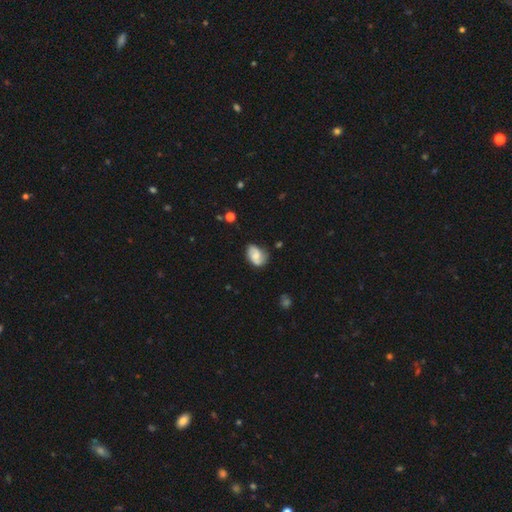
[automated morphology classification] type=smooth (51%); roundness=in between (80%); merging=none (59%).